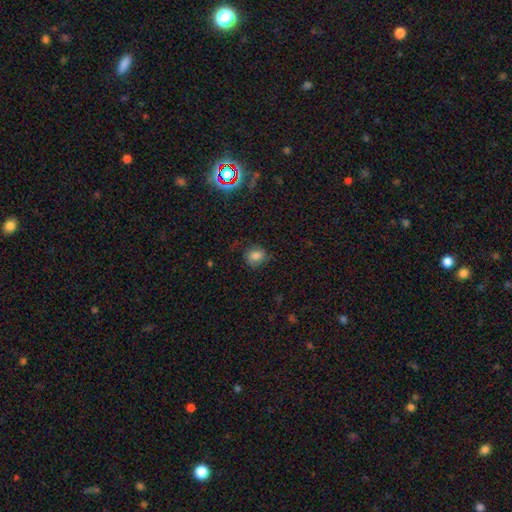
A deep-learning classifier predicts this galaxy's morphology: A smooth galaxy with no disk features (74%) that is round (58%).

Vote fractions:
- Smooth or featured? smooth: 74% / featured or disk: 13% / star or artifact: 13%
- How rounded? round: 58% / in between: 41% / cigar-shaped: 1%
- Merging? none: 69% / minor disturbance: 21% / major disturbance: 9% / merger: 1%